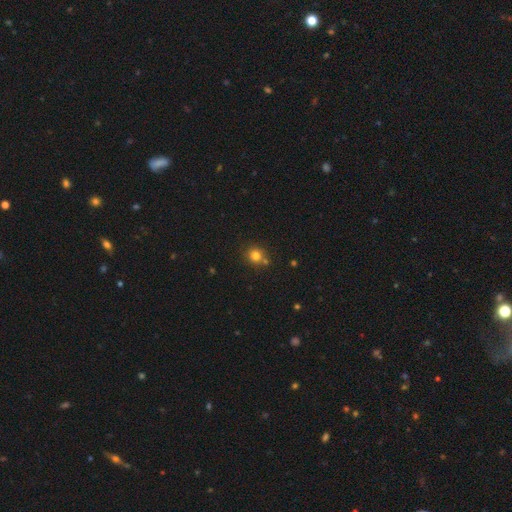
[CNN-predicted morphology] smooth 79%, star or artifact 14%, featured or disk 8%. Down the decision tree: how rounded — round (89%); merging — none (69%).